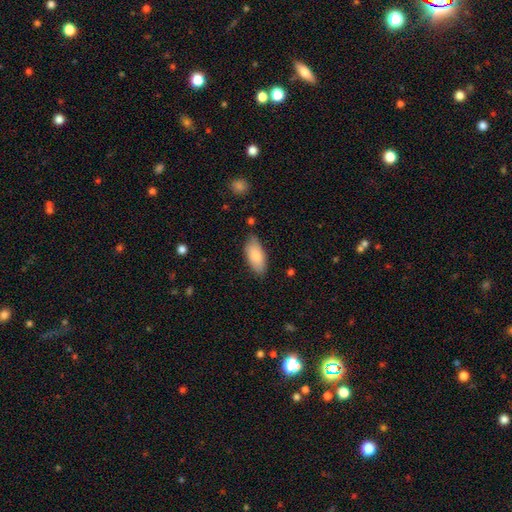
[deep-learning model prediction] This is clearly a smooth galaxy (84%). How rounded: clearly in between (89%). Merging: likely none (78%).